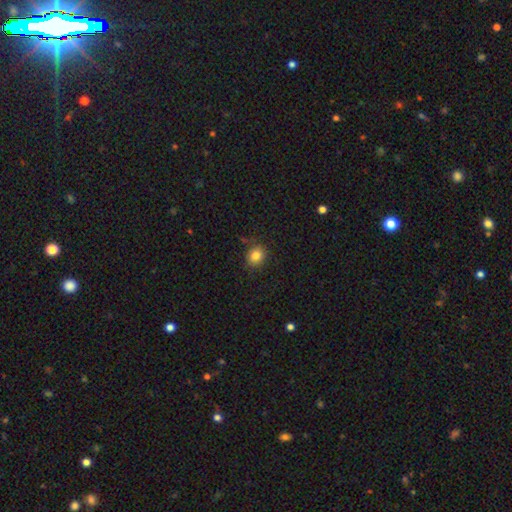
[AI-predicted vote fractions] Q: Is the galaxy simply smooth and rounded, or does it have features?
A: smooth — 83%.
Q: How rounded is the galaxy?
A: round — 65%.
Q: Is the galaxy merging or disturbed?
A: none — 82%.